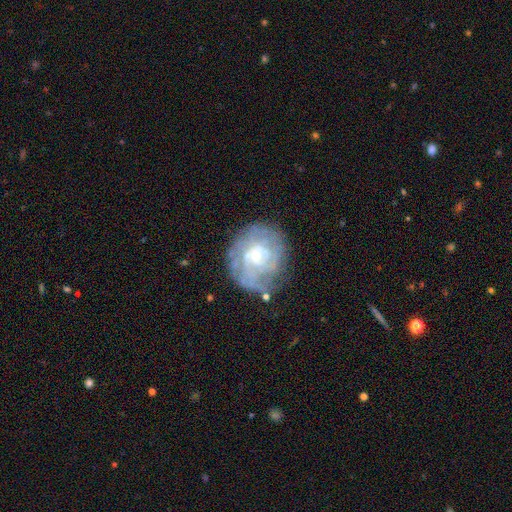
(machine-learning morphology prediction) This appears to be a featured or disk galaxy (75%) with no bar (68%), tight (69%) spiral arms (81%) and a small central bulge (69%). Merging: none (67%).